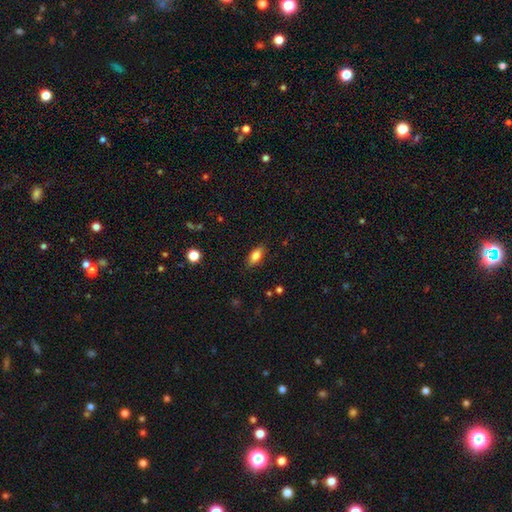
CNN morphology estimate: This is clearly a smooth galaxy (81%). How rounded: clearly in between (85%). Merging: clearly none (86%).